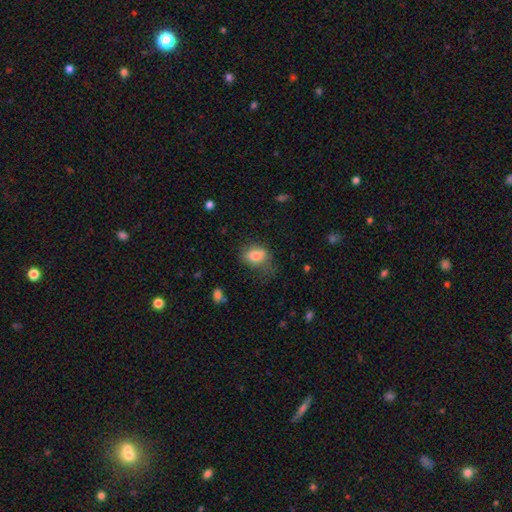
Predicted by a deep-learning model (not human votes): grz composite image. It shows a smooth galaxy with no disk features (79%) that is in between round and cigar-shaped (73%). Merging: none (51%).